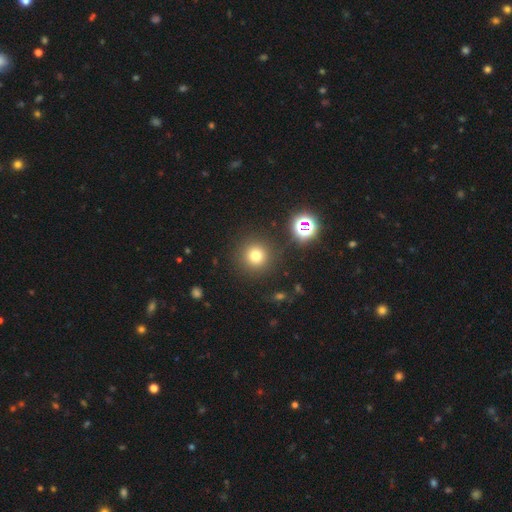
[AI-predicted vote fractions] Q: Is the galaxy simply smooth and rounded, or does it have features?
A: smooth — 73%.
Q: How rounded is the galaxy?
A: round — 95%.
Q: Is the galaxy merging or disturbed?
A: none — 89%.